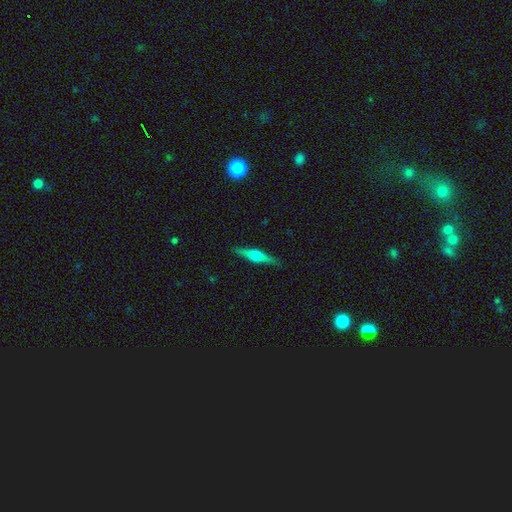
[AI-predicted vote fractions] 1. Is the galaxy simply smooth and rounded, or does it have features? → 61% featured or disk, 33% smooth, 6% star or artifact.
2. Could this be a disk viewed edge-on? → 97% yes, 3% no.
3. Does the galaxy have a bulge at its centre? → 90% rounded, 6% boxy, 4% none.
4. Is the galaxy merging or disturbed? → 88% none, 9% minor disturbance, 2% major disturbance, 1% merger.